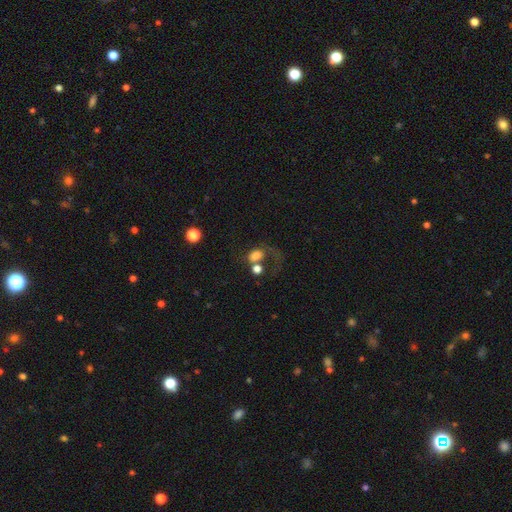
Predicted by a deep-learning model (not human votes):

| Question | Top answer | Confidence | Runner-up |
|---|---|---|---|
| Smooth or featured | smooth | 67% | featured or disk (19%) |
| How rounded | in between | 61% | round (38%) |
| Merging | merger | 34% | major disturbance (31%) |